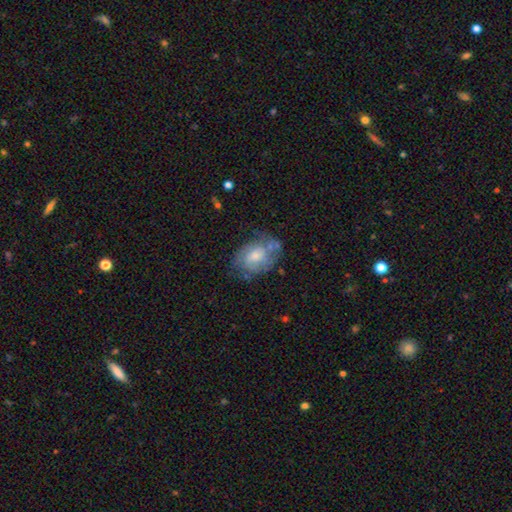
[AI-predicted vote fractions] This is possibly a featured or disk galaxy (53%). It is clearly not viewed edge-on (96%). Bar: likely no (65%). Spiral arm pattern: likely yes (68%). Central bulge: possibly moderate (49%). Merging: possibly none (53%).